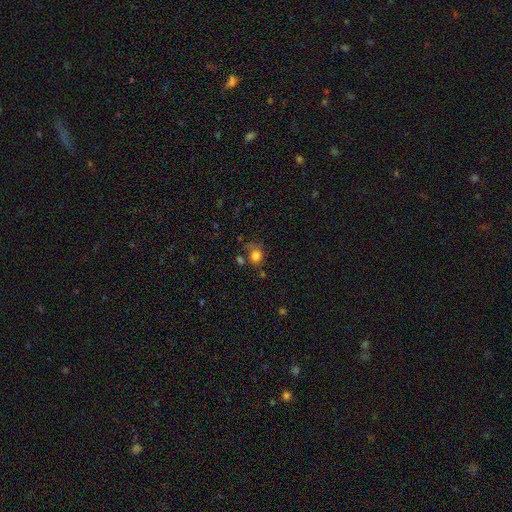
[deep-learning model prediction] Q: Smooth or featured?
A: smooth (79%); runner-up: star or artifact (12%)
Q: How rounded?
A: round (70%); runner-up: in between (29%)
Q: Merging?
A: none (55%); runner-up: minor disturbance (22%)